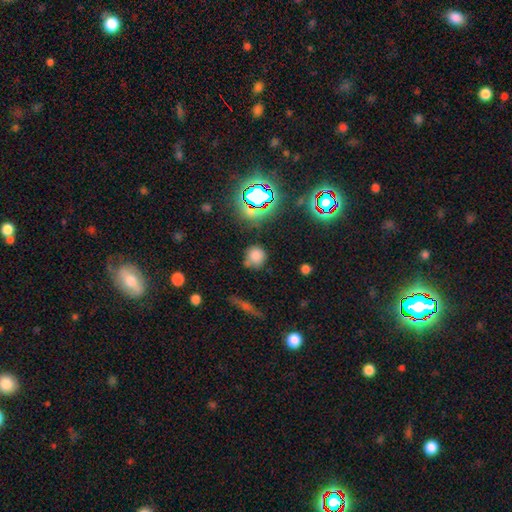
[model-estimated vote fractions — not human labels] This is likely a smooth galaxy (71%). How rounded: clearly round (89%). Merging: likely none (71%).